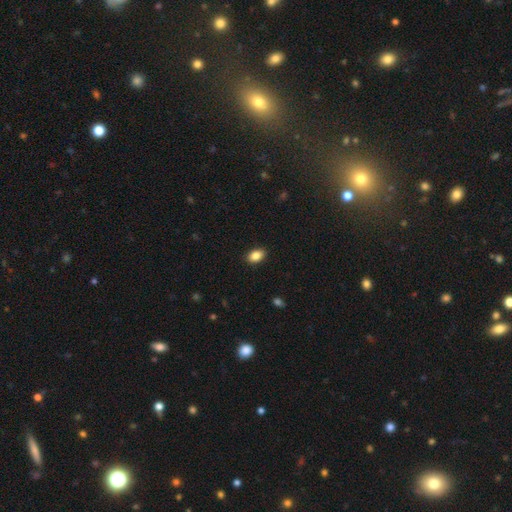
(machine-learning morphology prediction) Smooth or featured: smooth — 87% (star or artifact — 8%)
How rounded: in between — 87% (round — 11%)
Merging: none — 90% (minor disturbance — 8%)